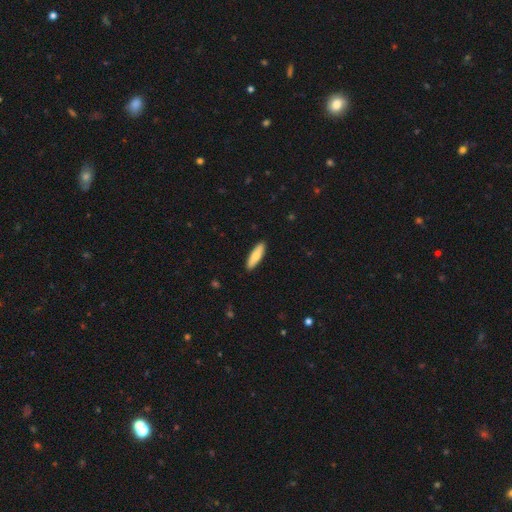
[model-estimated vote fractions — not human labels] This is likely a smooth galaxy (75%). How rounded: likely cigar-shaped (63%). Merging: clearly none (90%).